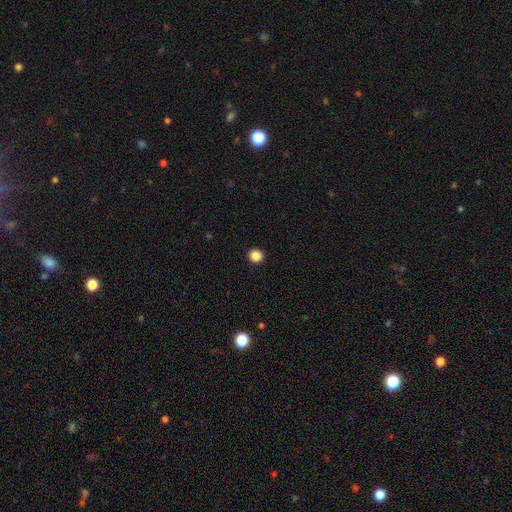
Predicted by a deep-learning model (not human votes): smooth-or-featured: smooth: 86% | star or artifact: 11% | featured or disk: 3%
  how-rounded: round: 94% | in between: 5% | cigar-shaped: 1%
  merging: none: 94% | minor disturbance: 4% | major disturbance: 1% | merger: 1%